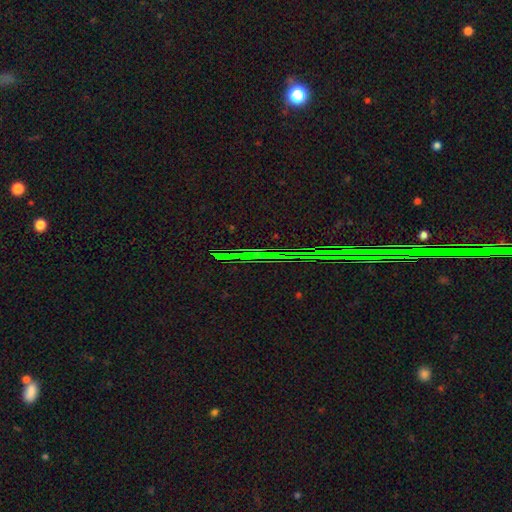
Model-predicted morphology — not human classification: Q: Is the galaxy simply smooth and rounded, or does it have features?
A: star or artifact — 82%.